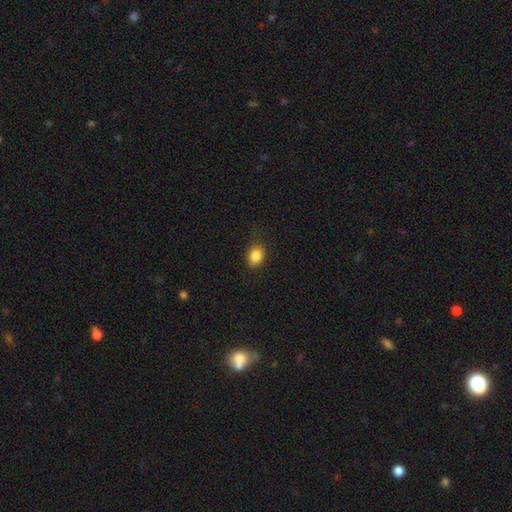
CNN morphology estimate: Smooth or featured? smooth (86%)
How rounded? in between (59%)
Merging? none (81%)